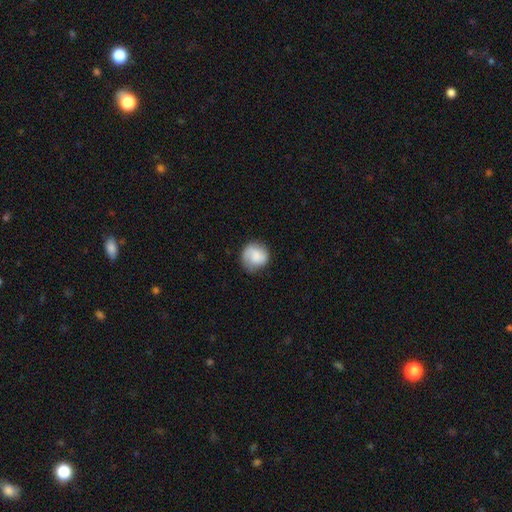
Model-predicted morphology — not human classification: smooth 69%, featured or disk 23%, star or artifact 7%. Down the decision tree: how rounded — round (87%); merging — none (70%).